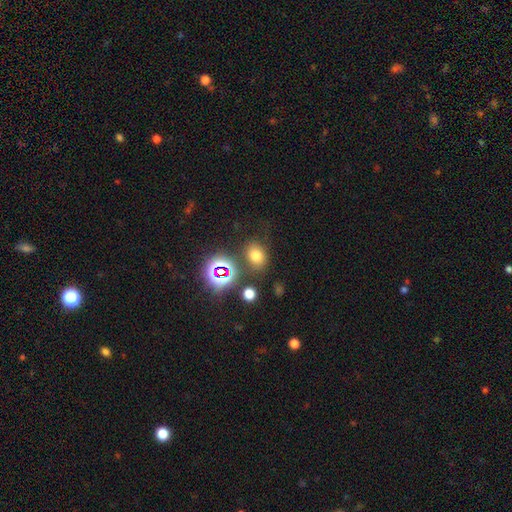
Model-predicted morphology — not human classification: Smooth or featured? smooth (68%)
How rounded? in between (59%)
Merging? none (73%)